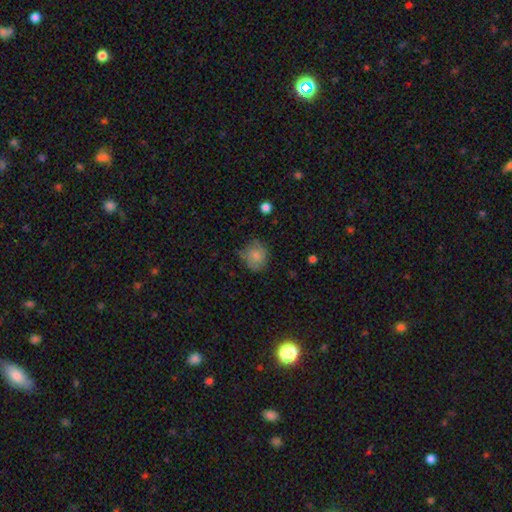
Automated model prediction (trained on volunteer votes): smooth_or_featured: smooth (p=0.76) [alt: featured or disk p=0.14]
how_rounded: round (p=0.78) [alt: in between p=0.21]
merging: none (p=0.61) [alt: minor disturbance p=0.27]